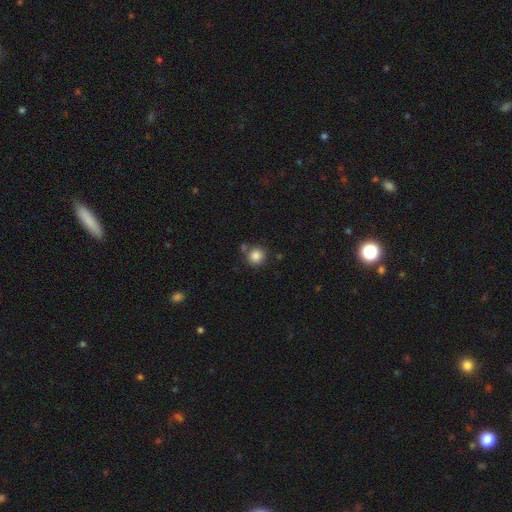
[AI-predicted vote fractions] This is clearly a smooth galaxy (85%). How rounded: clearly round (92%). Merging: likely none (75%).